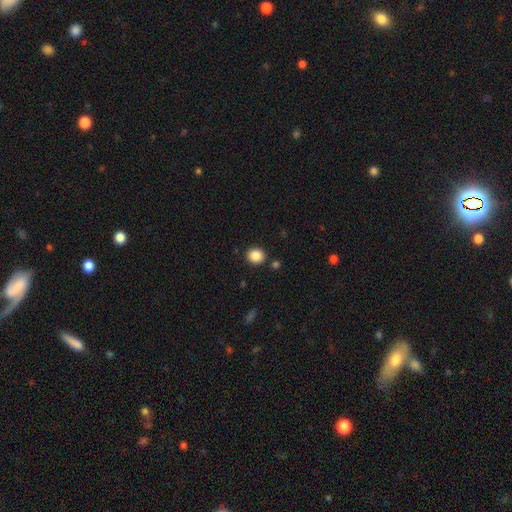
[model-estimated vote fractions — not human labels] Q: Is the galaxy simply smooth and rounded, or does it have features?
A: smooth — 87%.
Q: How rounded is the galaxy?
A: round — 75%.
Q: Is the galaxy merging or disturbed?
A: none — 87%.